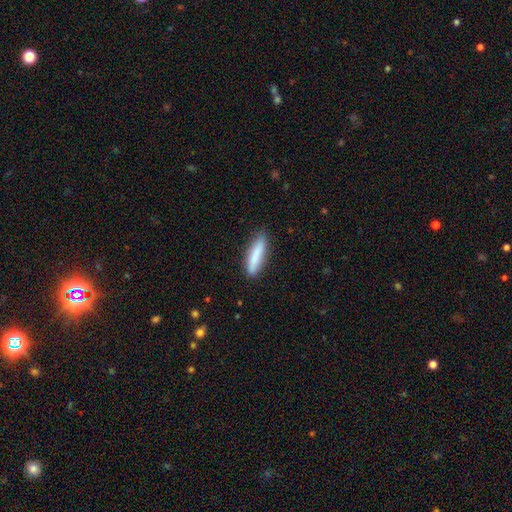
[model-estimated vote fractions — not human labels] smooth_or_featured: smooth (p=0.82) [alt: featured or disk p=0.12]
how_rounded: cigar-shaped (p=0.76) [alt: in between p=0.22]
merging: none (p=0.83) [alt: minor disturbance p=0.13]